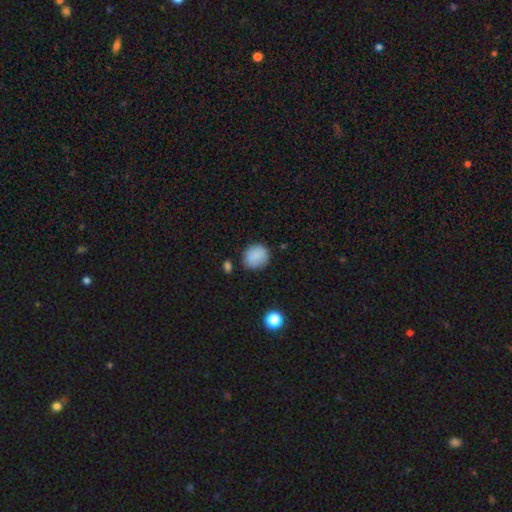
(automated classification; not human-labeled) This is clearly a smooth galaxy (87%). How rounded: clearly round (80%). Merging: clearly none (84%).